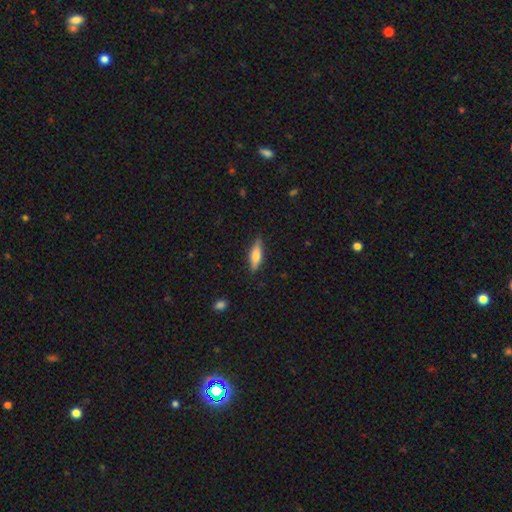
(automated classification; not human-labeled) Smooth or featured? Predicted: smooth (p=0.62). How rounded? Predicted: cigar-shaped (p=0.50). Merging? Predicted: none (p=0.83).